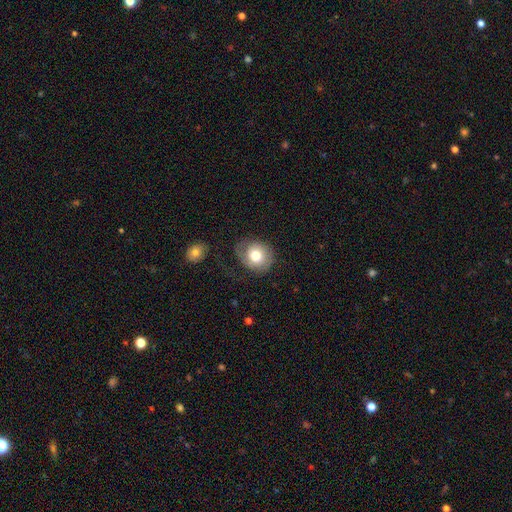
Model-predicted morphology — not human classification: This is likely a smooth galaxy (71%). How rounded: likely round (68%). Merging: possibly none (58%).